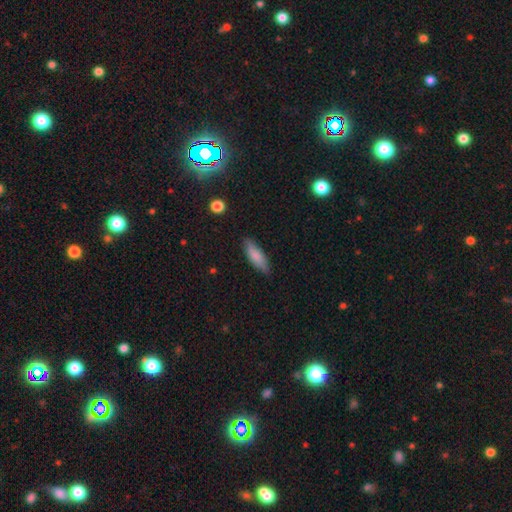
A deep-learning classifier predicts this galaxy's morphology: Smooth or featured?
  - smooth: 82% *
  - featured or disk: 12%
  - star or artifact: 6%
How rounded?
  - in between: 54% *
  - cigar-shaped: 45%
  - round: 2%
Merging?
  - none: 81% *
  - minor disturbance: 15%
  - major disturbance: 2%
  - merger: 1%